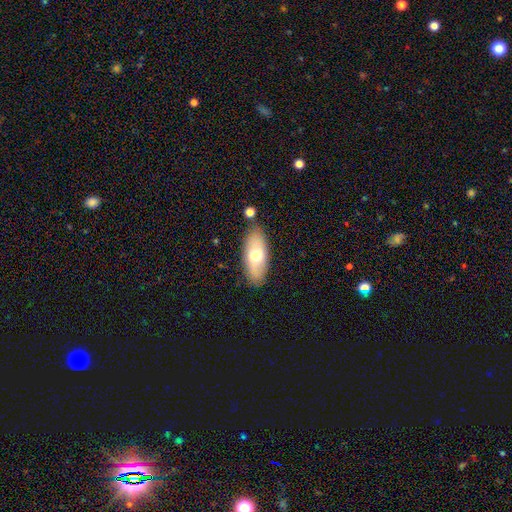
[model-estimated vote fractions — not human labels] Overall: smooth (63%; featured or disk 31%). How rounded: in between (83%). Merging: none (81%).